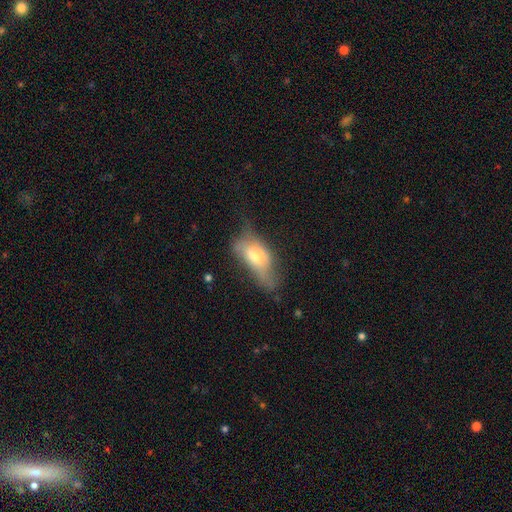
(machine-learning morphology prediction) This is possibly a smooth galaxy (55%). How rounded: clearly in between (83%). Merging: marginally minor disturbance (35%).